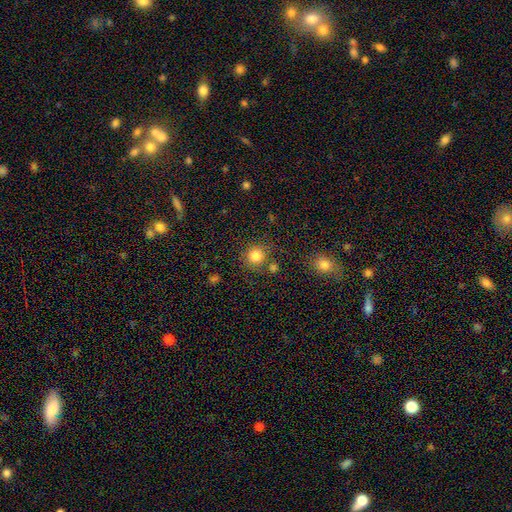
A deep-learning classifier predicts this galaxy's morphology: Smooth or featured: smooth — 83% (star or artifact — 12%)
How rounded: round — 91% (in between — 8%)
Merging: none — 76% (minor disturbance — 11%)